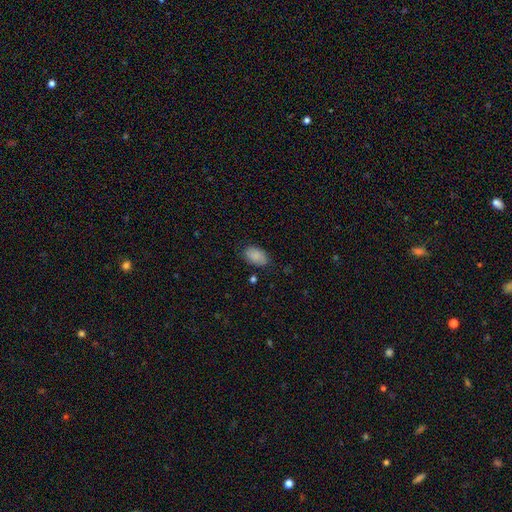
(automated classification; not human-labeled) This is clearly a smooth galaxy (87%). How rounded: clearly in between (90%). Merging: likely none (79%).